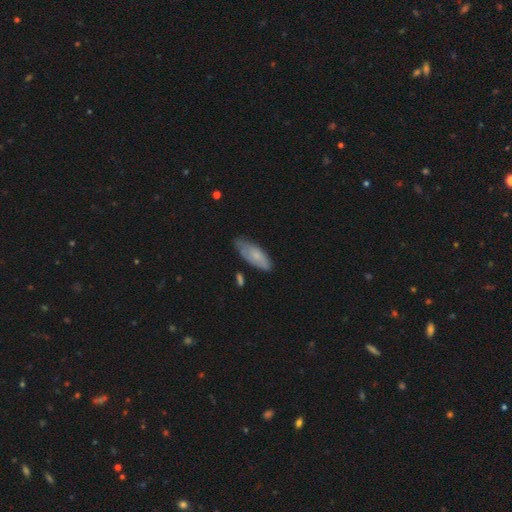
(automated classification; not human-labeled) smooth 67%, featured or disk 27%, star or artifact 6%. Down the decision tree: how rounded — in between (79%); merging — none (63%).